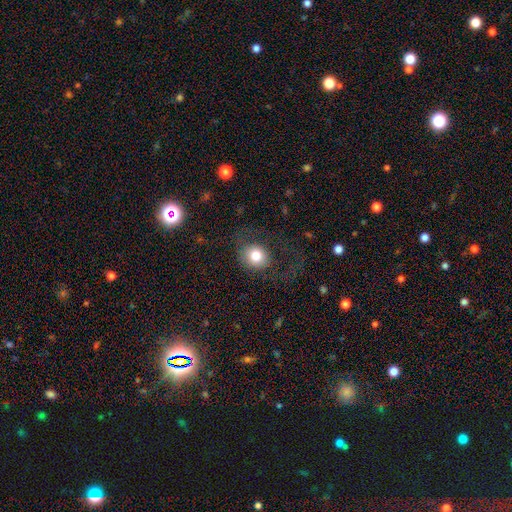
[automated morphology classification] Overall: smooth (76%). How rounded: round (75%). Merging: none (60%; major disturbance 23%).